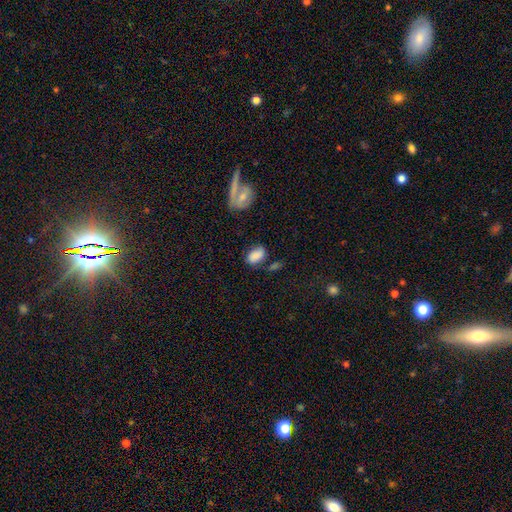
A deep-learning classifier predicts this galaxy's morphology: A smooth galaxy with no disk features (84%) that is in between round and cigar-shaped (91%).

Vote fractions:
- Smooth or featured? smooth: 84% / star or artifact: 8% / featured or disk: 7%
- How rounded? in between: 91% / round: 8% / cigar-shaped: 2%
- Merging? none: 63% / minor disturbance: 21% / merger: 10% / major disturbance: 6%